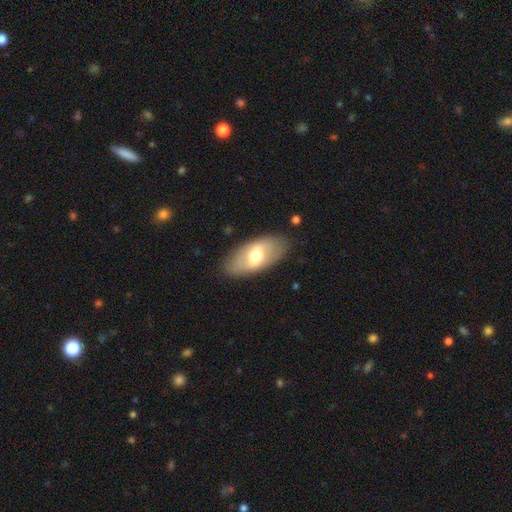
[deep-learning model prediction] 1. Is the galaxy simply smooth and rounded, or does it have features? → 51% smooth, 43% featured or disk, 6% star or artifact.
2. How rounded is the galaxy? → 91% in between, 5% cigar-shaped, 4% round.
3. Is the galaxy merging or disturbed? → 84% none, 12% minor disturbance, 4% major disturbance, 1% merger.